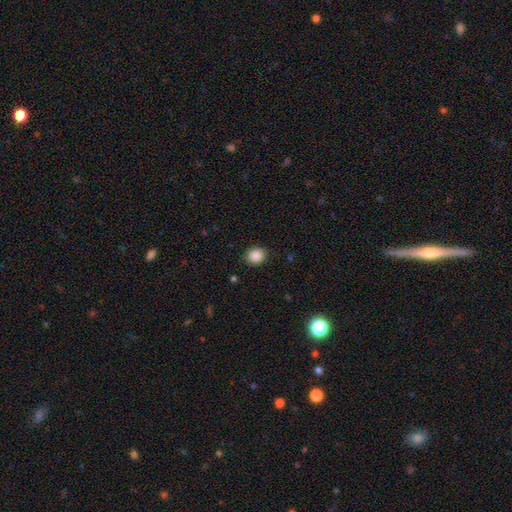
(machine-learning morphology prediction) A smooth galaxy with no disk features (88%) that is round (64%). Merging: none (88%).